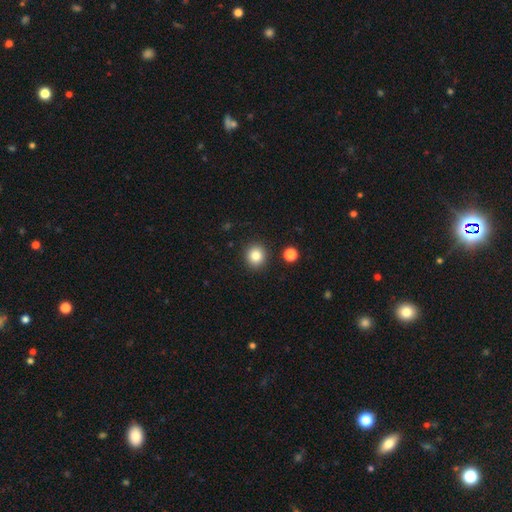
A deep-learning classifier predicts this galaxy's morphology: This is clearly a smooth galaxy (83%). How rounded: clearly round (90%). Merging: clearly none (89%).